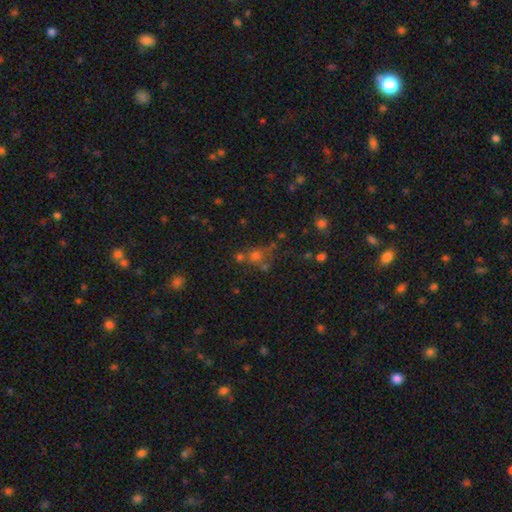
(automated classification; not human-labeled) This appears to be a smooth galaxy with no disk features (53%) that is round (84%). Merging: none (57%).